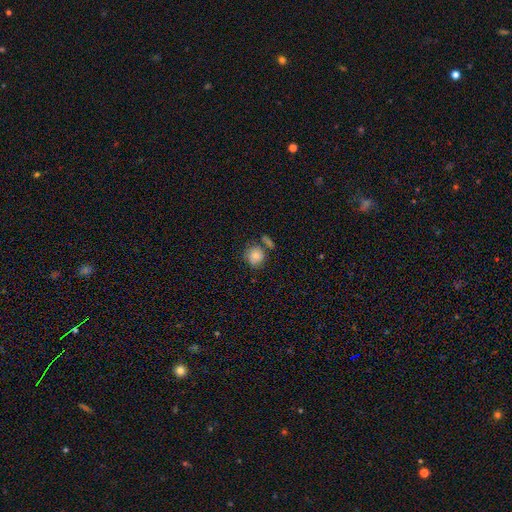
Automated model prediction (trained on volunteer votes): The model was most divided on "merging": none: 63%, merger: 16%, minor disturbance: 16%, major disturbance: 6%. More confident: how rounded — round (84%); smooth or featured — smooth (76%).